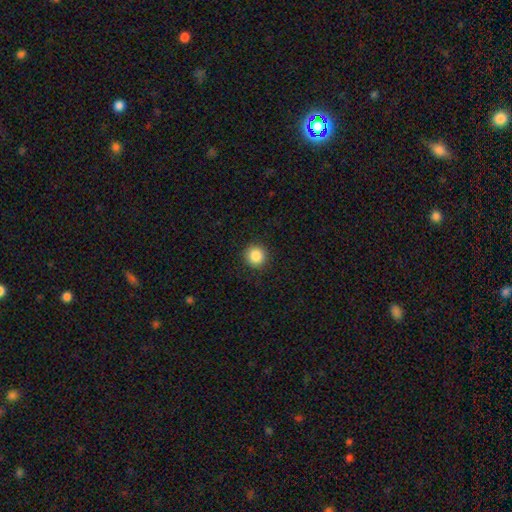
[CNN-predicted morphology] smooth 86%, star or artifact 10%, featured or disk 4%. Down the decision tree: how rounded — round (94%); merging — none (92%).